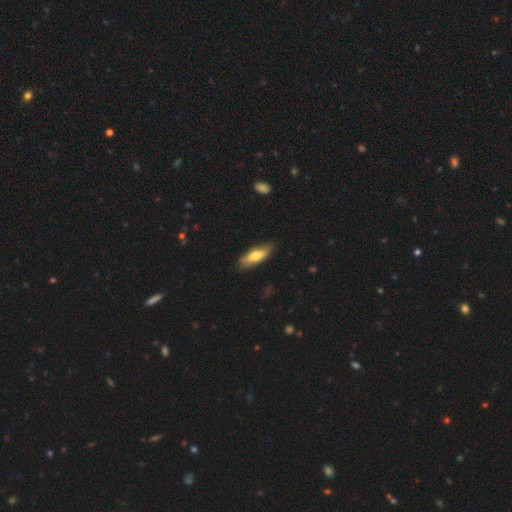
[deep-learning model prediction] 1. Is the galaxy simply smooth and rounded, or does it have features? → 69% smooth, 26% featured or disk, 6% star or artifact.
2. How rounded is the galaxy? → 58% in between, 40% cigar-shaped, 2% round.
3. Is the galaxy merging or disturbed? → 81% none, 15% minor disturbance, 3% major disturbance, 1% merger.